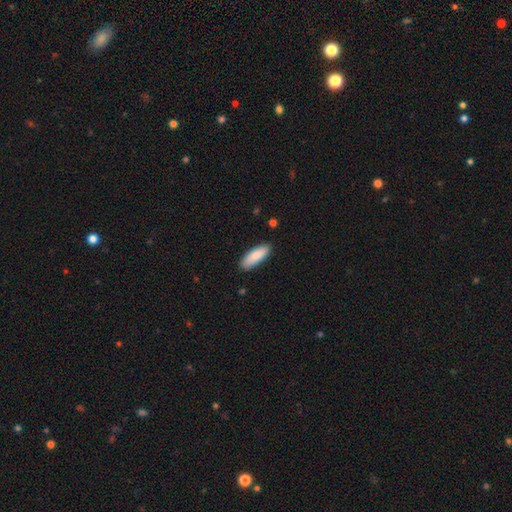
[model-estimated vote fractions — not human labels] smooth 87%, featured or disk 8%, star or artifact 5%. Down the decision tree: how rounded — in between (61%); merging — none (88%).